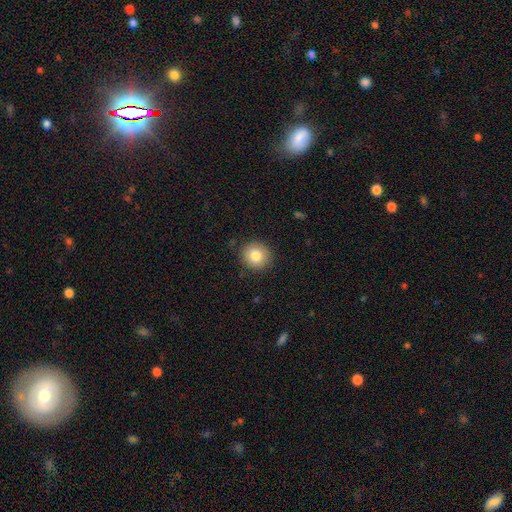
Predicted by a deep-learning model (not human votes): A smooth galaxy with no disk features (81%) that is round (89%).

Vote fractions:
- Smooth or featured? smooth: 81% / featured or disk: 10% / star or artifact: 9%
- How rounded? round: 89% / in between: 10% / cigar-shaped: 1%
- Merging? none: 88% / minor disturbance: 8% / major disturbance: 2% / merger: 1%